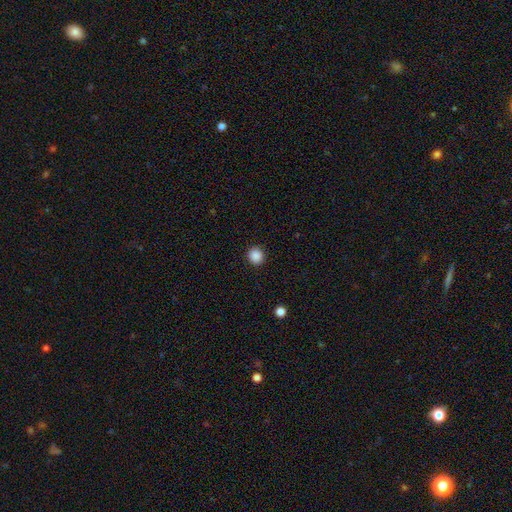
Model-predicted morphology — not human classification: A smooth galaxy with no disk features (88%) that is round (91%). Merging: none (92%).